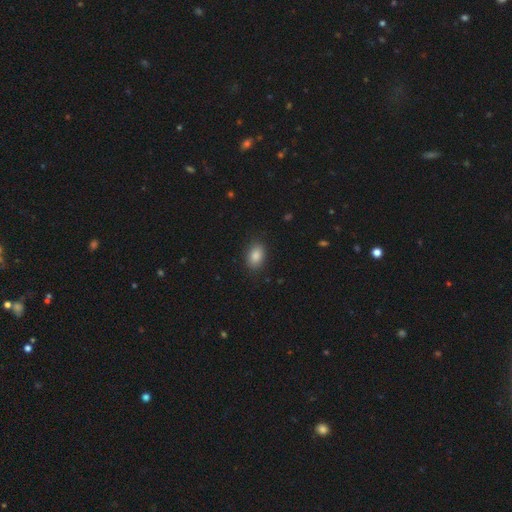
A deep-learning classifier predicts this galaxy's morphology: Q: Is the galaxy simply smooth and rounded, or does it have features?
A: smooth — 87%.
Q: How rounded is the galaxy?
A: in between — 84%.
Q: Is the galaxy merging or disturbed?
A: none — 87%.